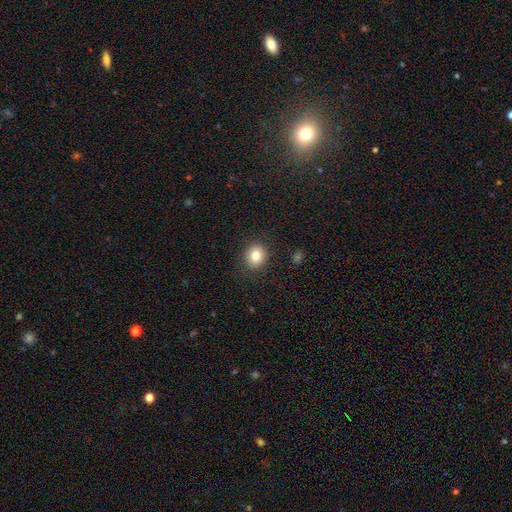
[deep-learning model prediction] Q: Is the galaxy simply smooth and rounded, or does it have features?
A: smooth — 82%.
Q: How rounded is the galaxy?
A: round — 76%.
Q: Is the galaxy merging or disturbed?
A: none — 89%.